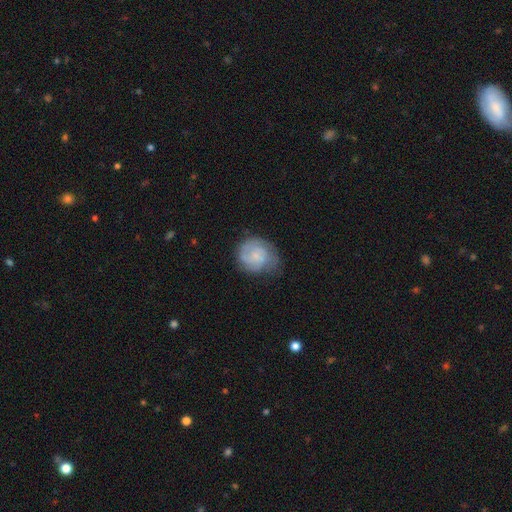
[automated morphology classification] A featured or disk galaxy (52%) with no bar (69%), spiral arms (83%) and a small central bulge (63%). Merging: none (59%).